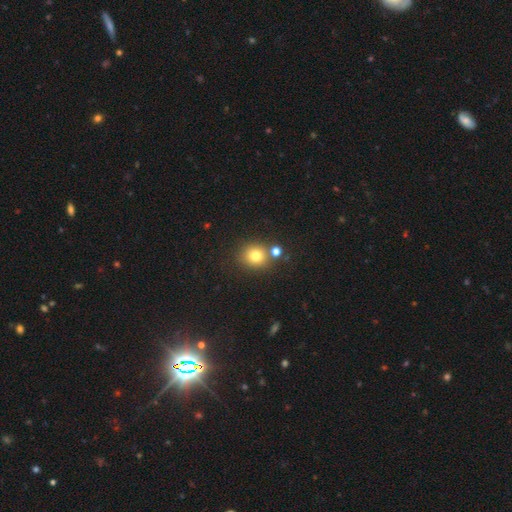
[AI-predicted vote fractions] Smooth or featured?
  - smooth: 77% *
  - star or artifact: 14%
  - featured or disk: 9%
How rounded?
  - round: 85% *
  - in between: 14%
  - cigar-shaped: 1%
Merging?
  - none: 74% *
  - merger: 13%
  - minor disturbance: 9%
  - major disturbance: 3%